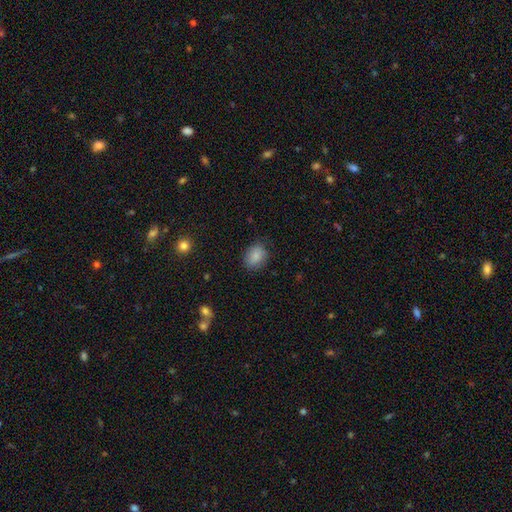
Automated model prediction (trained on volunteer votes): smooth_or_featured: smooth (p=0.86) [alt: star or artifact p=0.08]
how_rounded: in between (p=0.53) [alt: round p=0.46]
merging: none (p=0.79) [alt: minor disturbance p=0.16]